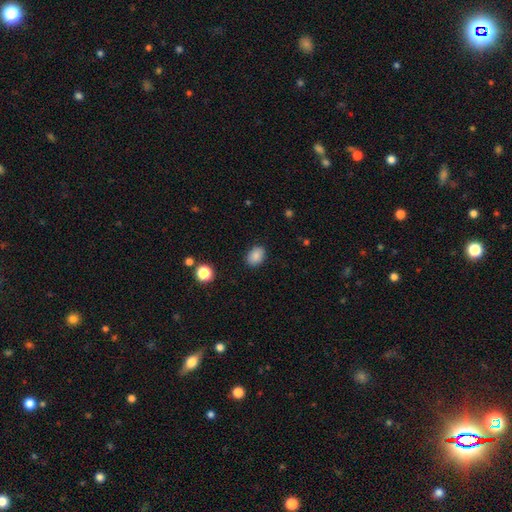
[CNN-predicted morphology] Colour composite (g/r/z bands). It shows a smooth galaxy with no disk features (87%) that is in between round and cigar-shaped (73%). Merging: none (86%).